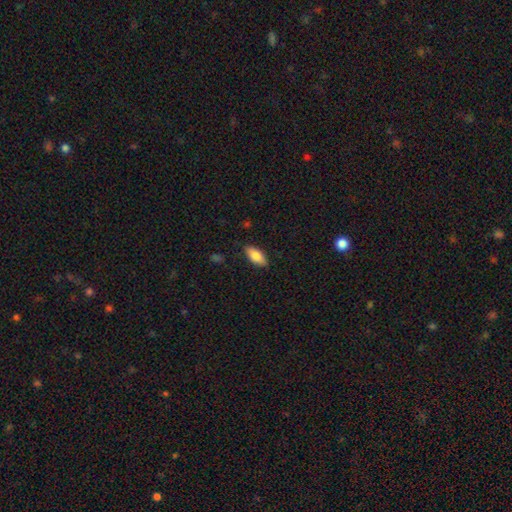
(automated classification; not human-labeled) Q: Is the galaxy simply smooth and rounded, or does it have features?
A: smooth — 81%.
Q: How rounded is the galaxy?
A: in between — 84%.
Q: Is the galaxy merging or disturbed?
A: none — 86%.